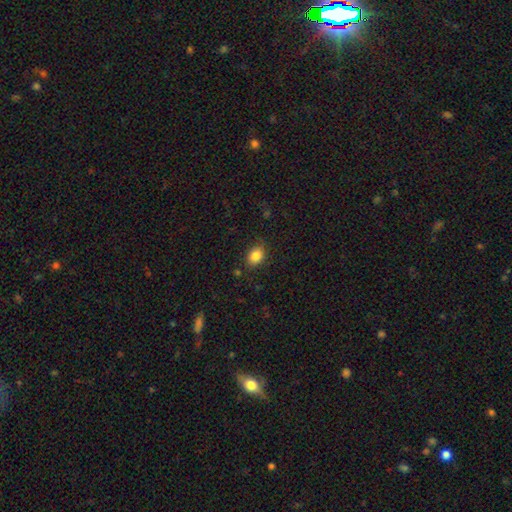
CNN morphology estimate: The model was most divided on "how rounded": in between: 66%, round: 33%, cigar-shaped: 1%. More confident: smooth or featured — smooth (85%); merging — none (82%).